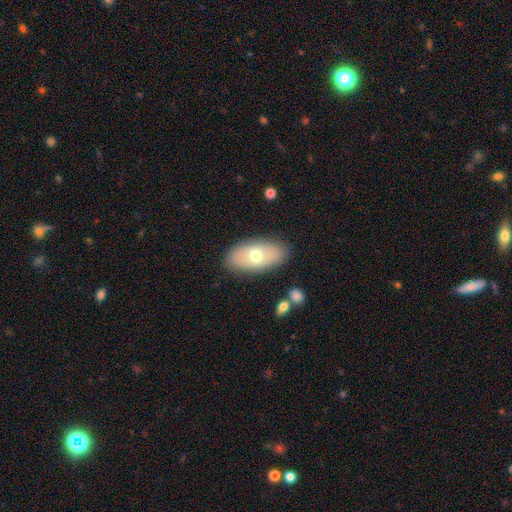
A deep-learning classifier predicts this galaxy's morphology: smooth-or-featured: smooth: 63% | featured or disk: 30% | star or artifact: 7%
  how-rounded: in between: 93% | cigar-shaped: 4% | round: 4%
  merging: none: 86% | minor disturbance: 10% | major disturbance: 3% | merger: 2%